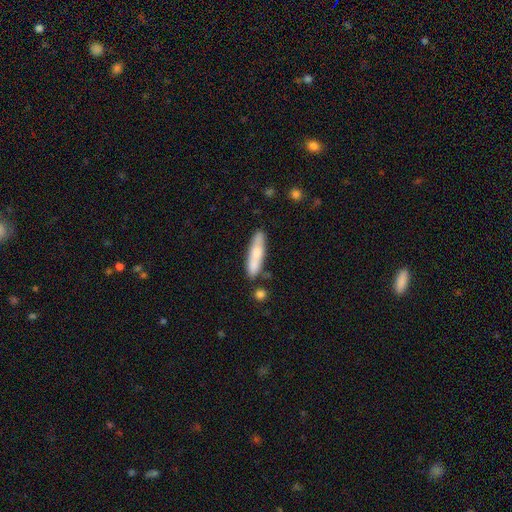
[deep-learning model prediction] Smooth or featured? Predicted: smooth (p=0.67). How rounded? Predicted: cigar-shaped (p=0.80). Merging? Predicted: none (p=0.74).